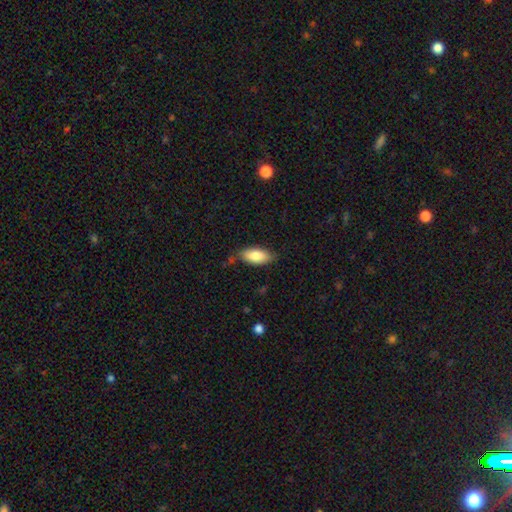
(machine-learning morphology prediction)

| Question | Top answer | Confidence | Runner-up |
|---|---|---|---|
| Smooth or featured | smooth | 82% | featured or disk (12%) |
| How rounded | in between | 87% | cigar-shaped (11%) |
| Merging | none | 76% | minor disturbance (18%) |